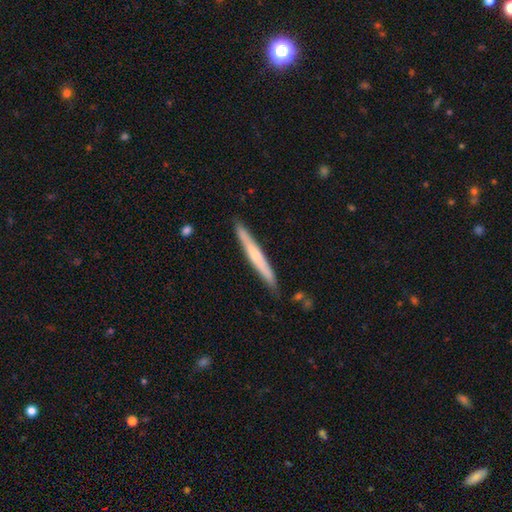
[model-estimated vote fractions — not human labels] Smooth or featured: featured or disk — 49% (smooth — 45%)
Merging: none — 88% (minor disturbance — 9%)